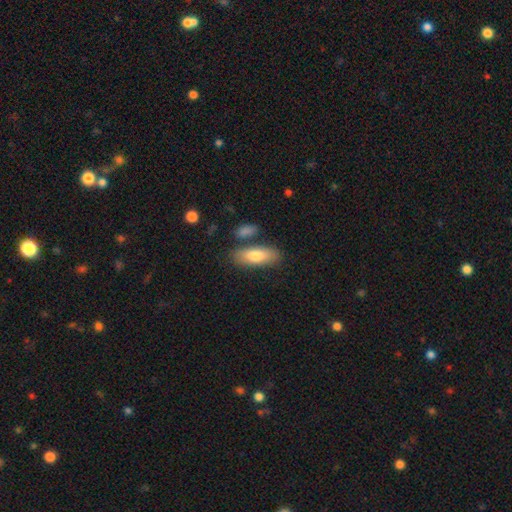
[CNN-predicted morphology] The model was most divided on "how rounded": in between: 71%, cigar-shaped: 26%, round: 3%. More confident: smooth or featured — smooth (77%); merging — none (75%).